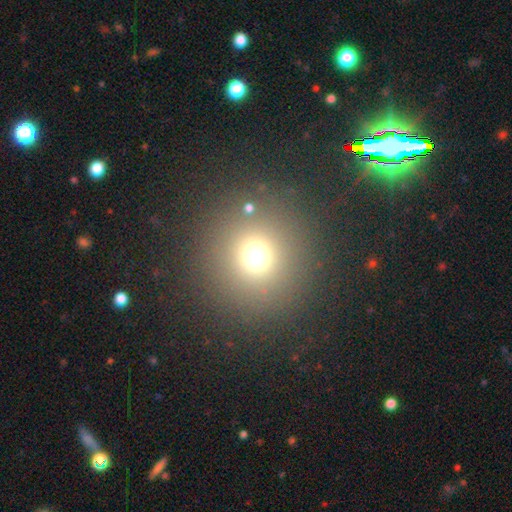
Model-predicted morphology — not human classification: Smooth or featured? Predicted: smooth (p=0.70). How rounded? Predicted: round (p=0.94). Merging? Predicted: none (p=0.86).